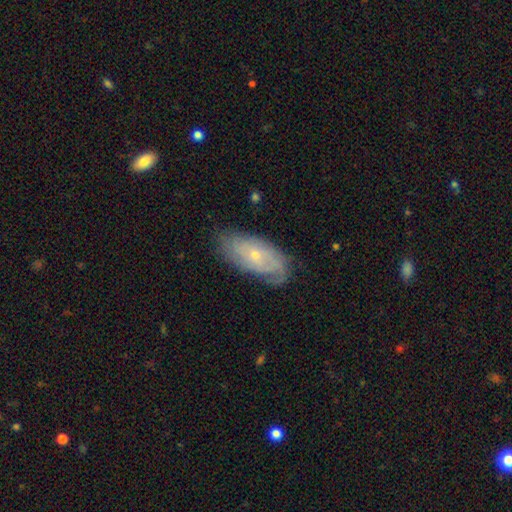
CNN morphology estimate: Smooth or featured: featured or disk — 63% (smooth — 30%)
Edge-on disk: no — 89% (yes — 11%)
Bar: no — 80% (weak — 17%)
Spiral arms: yes — 78% (no — 22%)
Bulge size: small — 72% (moderate — 24%)
Merging: none — 68% (minor disturbance — 23%)